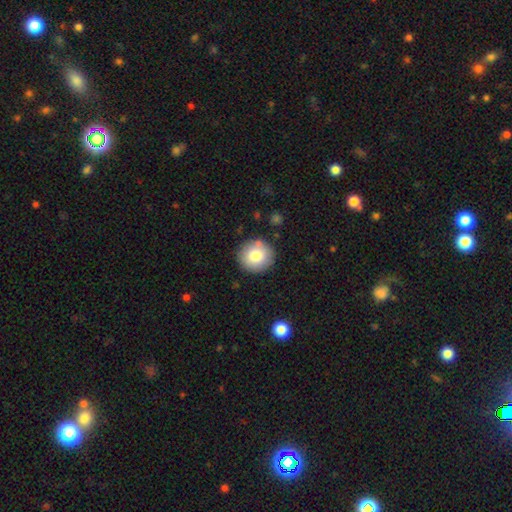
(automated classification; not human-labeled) smooth 81%, featured or disk 11%, star or artifact 8%. Down the decision tree: how rounded — round (90%); merging — none (86%).